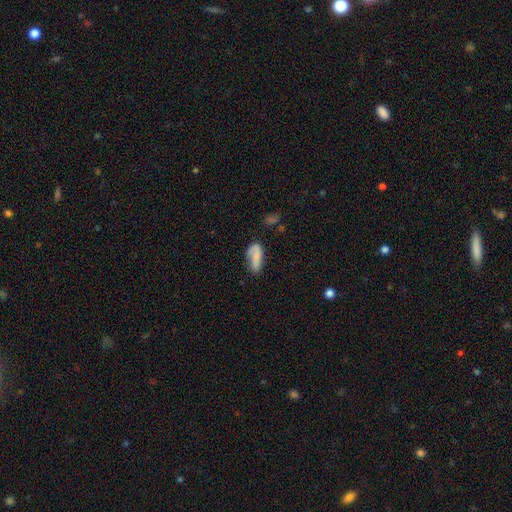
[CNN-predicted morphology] smooth 72%, featured or disk 20%, star or artifact 8%. Down the decision tree: how rounded — in between (81%); merging — none (50%).